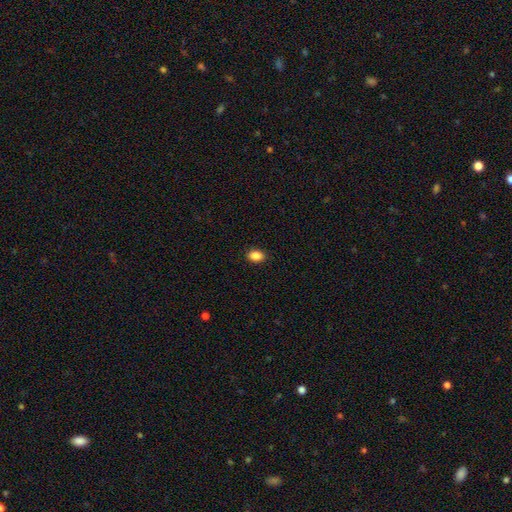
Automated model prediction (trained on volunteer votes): Smooth or featured? Predicted: smooth (p=0.88). How rounded? Predicted: in between (p=0.83). Merging? Predicted: none (p=0.89).